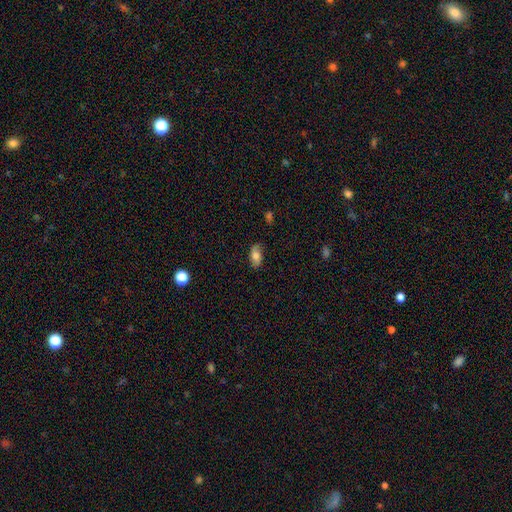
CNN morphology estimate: A smooth galaxy with no disk features (76%) that is in between round and cigar-shaped (89%).

Vote fractions:
- Smooth or featured? smooth: 76% / featured or disk: 16% / star or artifact: 8%
- How rounded? in between: 89% / cigar-shaped: 6% / round: 5%
- Merging? none: 79% / minor disturbance: 16% / major disturbance: 3% / merger: 1%